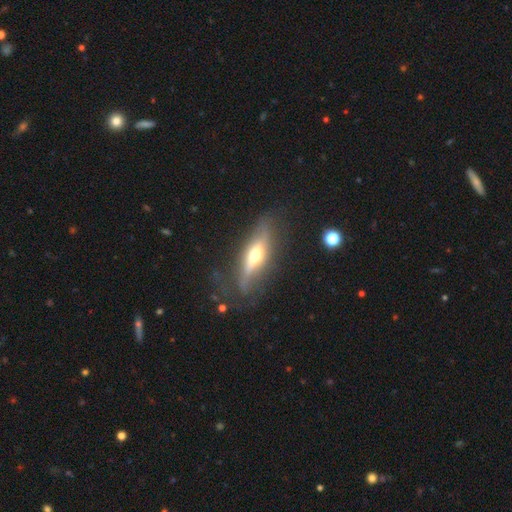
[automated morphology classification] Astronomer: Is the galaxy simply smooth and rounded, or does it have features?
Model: featured or disk — 56% (runner-up: smooth, 38%).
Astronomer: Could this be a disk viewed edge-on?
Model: yes — 74%.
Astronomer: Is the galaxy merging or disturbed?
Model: none — 64%.